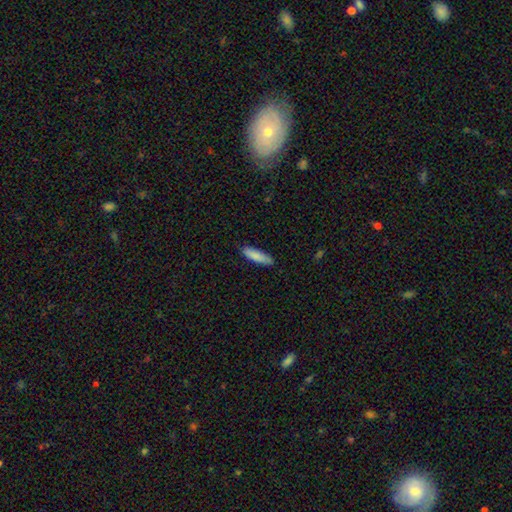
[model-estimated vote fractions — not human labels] Overall: smooth (86%). How rounded: cigar-shaped (63%; in between 36%). Merging: none (81%).